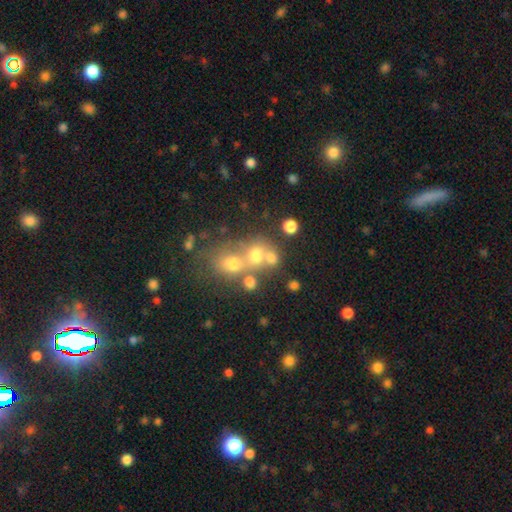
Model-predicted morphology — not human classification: Q: Smooth or featured?
A: smooth (57%); runner-up: featured or disk (22%)
Q: How rounded?
A: round (69%); runner-up: in between (30%)
Q: Merging?
A: merger (51%); runner-up: none (35%)